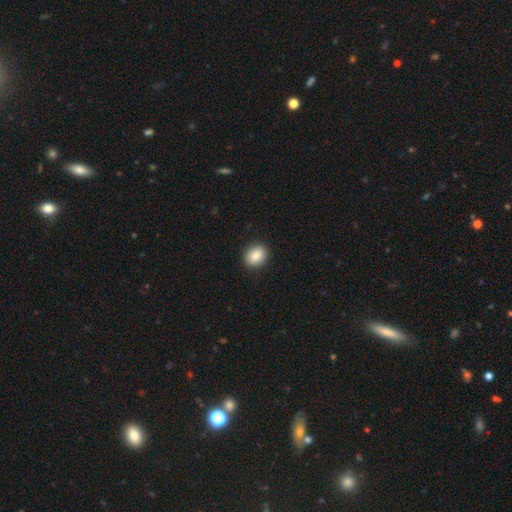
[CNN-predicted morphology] A smooth galaxy with no disk features (87%) that is in between round and cigar-shaped (50%).

Vote fractions:
- Smooth or featured? smooth: 87% / star or artifact: 8% / featured or disk: 5%
- How rounded? in between: 50% / round: 49% / cigar-shaped: 1%
- Merging? none: 91% / minor disturbance: 7% / major disturbance: 2% / merger: 1%